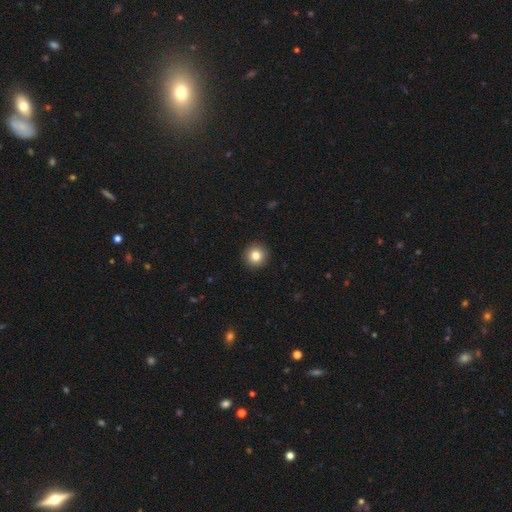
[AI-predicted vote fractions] This is clearly a smooth galaxy (83%). How rounded: clearly round (95%). Merging: clearly none (93%).